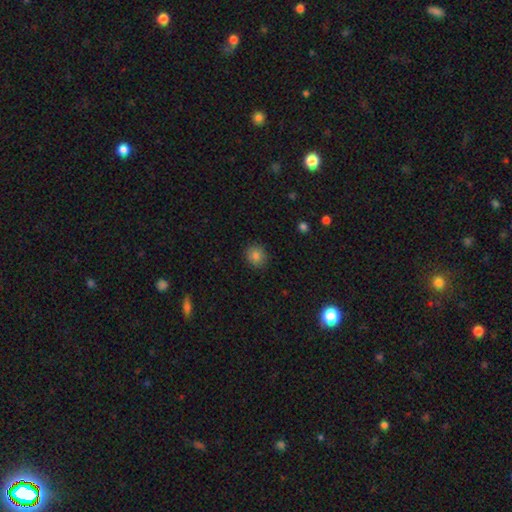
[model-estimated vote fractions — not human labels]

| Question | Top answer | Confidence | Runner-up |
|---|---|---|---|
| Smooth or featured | smooth | 82% | star or artifact (11%) |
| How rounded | round | 83% | in between (16%) |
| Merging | none | 89% | minor disturbance (8%) |